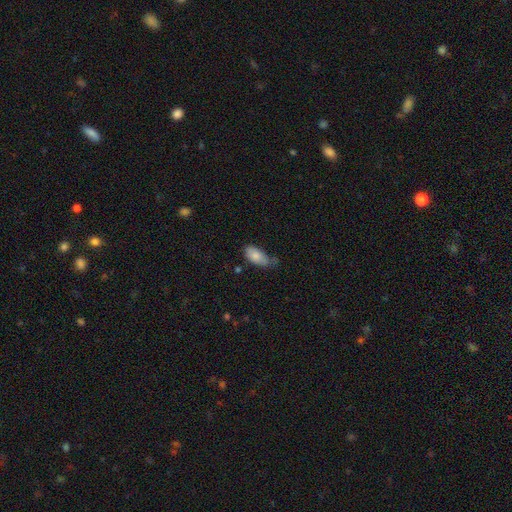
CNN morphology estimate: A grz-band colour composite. It shows a smooth galaxy with no disk features (82%) that is in between round and cigar-shaped (92%). Merging: none (47%).